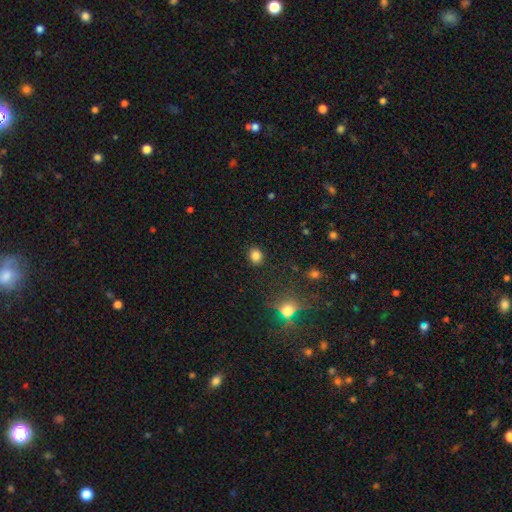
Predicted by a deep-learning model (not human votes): A smooth galaxy with no disk features (83%) that is round (73%).

Vote fractions:
- Smooth or featured? smooth: 83% / star or artifact: 13% / featured or disk: 4%
- How rounded? round: 73% / in between: 26% / cigar-shaped: 1%
- Merging? none: 89% / minor disturbance: 7% / major disturbance: 2% / merger: 1%